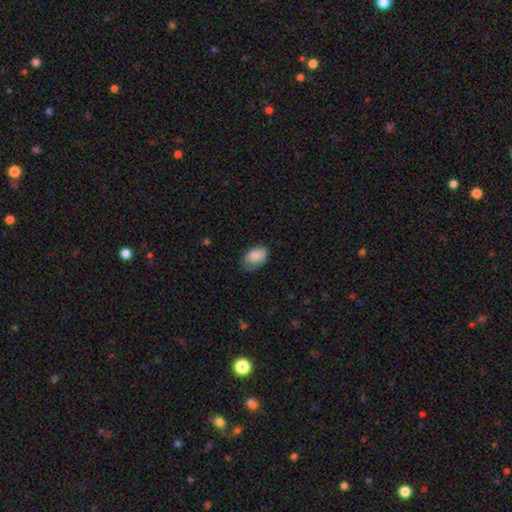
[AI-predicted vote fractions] A smooth galaxy with no disk features (86%) that is in between round and cigar-shaped (90%).

Vote fractions:
- Smooth or featured? smooth: 86% / featured or disk: 8% / star or artifact: 7%
- How rounded? in between: 90% / round: 8% / cigar-shaped: 1%
- Merging? none: 54% / minor disturbance: 35% / major disturbance: 10% / merger: 1%